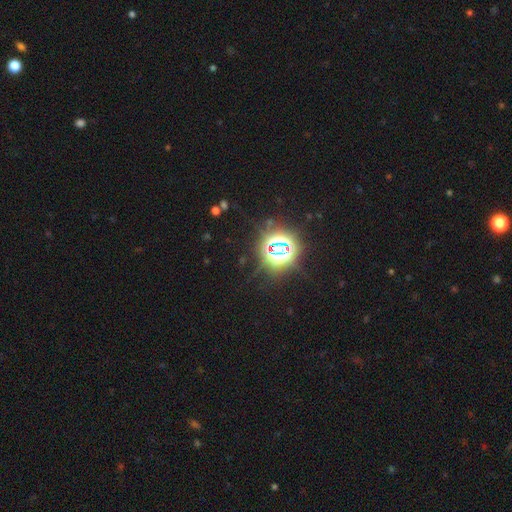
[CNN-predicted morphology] Smooth or featured: star or artifact — 81% (smooth — 14%)